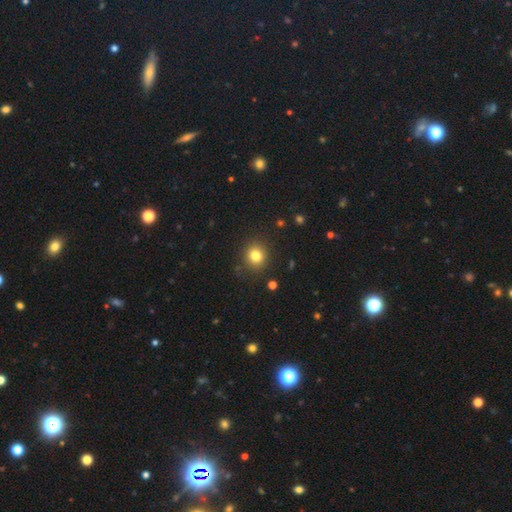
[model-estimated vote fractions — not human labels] smooth 80%, star or artifact 13%, featured or disk 7%. Down the decision tree: how rounded — round (83%); merging — none (87%).